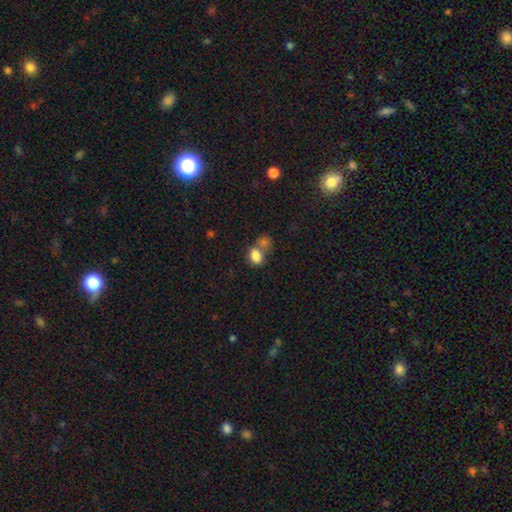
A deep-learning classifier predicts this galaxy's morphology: A smooth galaxy with no disk features (82%) that is in between round and cigar-shaped (71%).

Vote fractions:
- Smooth or featured? smooth: 82% / star or artifact: 10% / featured or disk: 8%
- How rounded? in between: 71% / round: 28% / cigar-shaped: 1%
- Merging? merger: 49% / none: 36% / minor disturbance: 10% / major disturbance: 5%